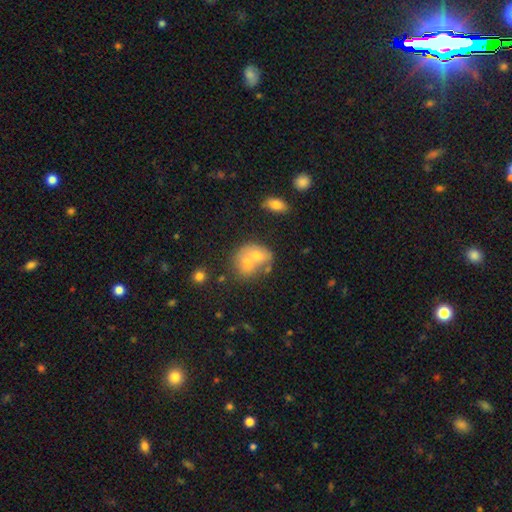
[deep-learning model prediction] A smooth galaxy with no disk features (57%) that is round (54%).

Vote fractions:
- Smooth or featured? smooth: 57% / featured or disk: 32% / star or artifact: 11%
- How rounded? round: 54% / in between: 45% / cigar-shaped: 1%
- Merging? merger: 69% / none: 20% / minor disturbance: 7% / major disturbance: 4%